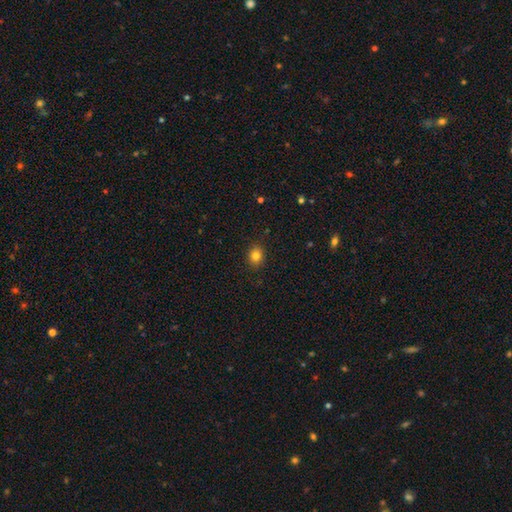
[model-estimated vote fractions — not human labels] Smooth or featured?
  - smooth: 82% *
  - star or artifact: 12%
  - featured or disk: 6%
How rounded?
  - round: 64% *
  - in between: 35%
  - cigar-shaped: 1%
Merging?
  - none: 89% *
  - minor disturbance: 8%
  - major disturbance: 2%
  - merger: 1%